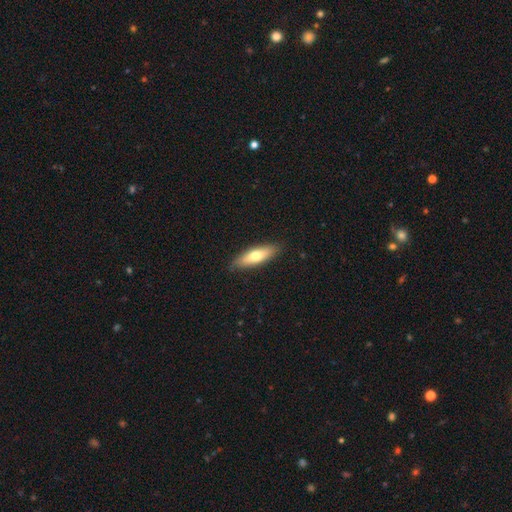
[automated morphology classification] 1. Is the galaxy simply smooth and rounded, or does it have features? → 64% smooth, 30% featured or disk, 6% star or artifact.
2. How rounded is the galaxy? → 50% cigar-shaped, 48% in between, 2% round.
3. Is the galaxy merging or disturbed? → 87% none, 10% minor disturbance, 2% major disturbance, 1% merger.